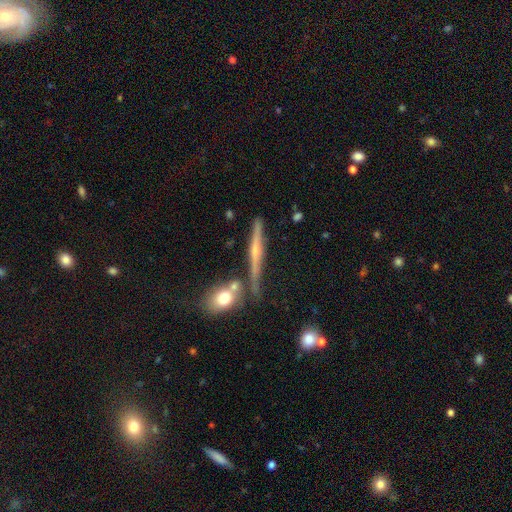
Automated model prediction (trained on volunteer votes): Smooth or featured: featured or disk — 74% (smooth — 16%)
Edge-on disk: yes — 96% (no — 4%)
Edge-on bulge: rounded — 77% (none — 16%)
Merging: none — 75% (minor disturbance — 11%)